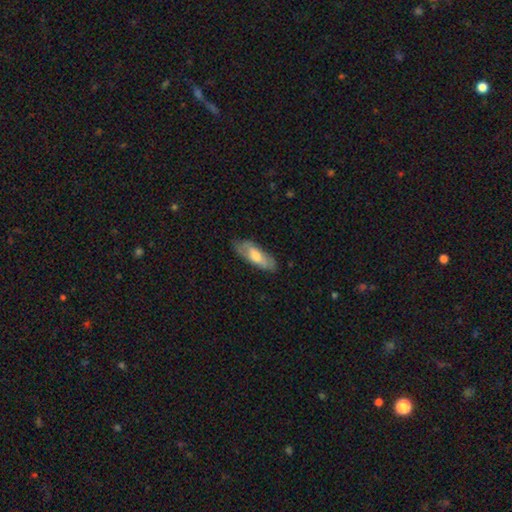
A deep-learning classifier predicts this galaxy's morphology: smooth-or-featured: smooth: 59% | featured or disk: 35% | star or artifact: 6%
  how-rounded: in between: 64% | cigar-shaped: 34% | round: 2%
  merging: none: 76% | minor disturbance: 19% | major disturbance: 4% | merger: 1%